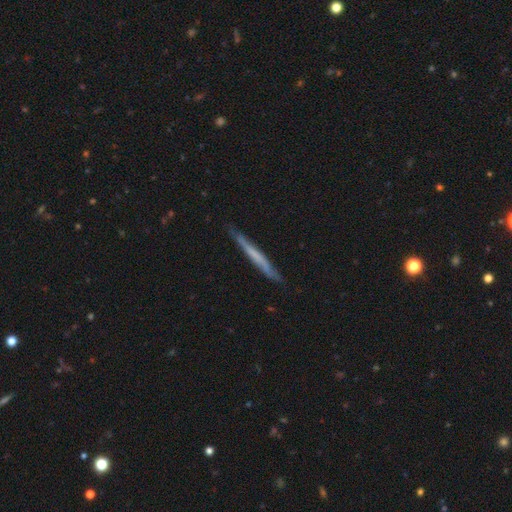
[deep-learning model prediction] Smooth or featured?
  - featured or disk: 51% *
  - smooth: 43%
  - star or artifact: 6%
Edge-on disk?
  - yes: 93% *
  - no: 7%
Merging?
  - none: 82% *
  - minor disturbance: 14%
  - major disturbance: 2%
  - merger: 1%